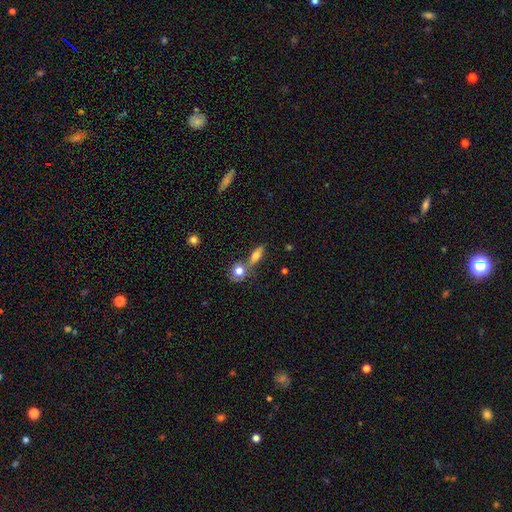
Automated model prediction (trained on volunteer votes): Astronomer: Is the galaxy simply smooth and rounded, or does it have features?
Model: smooth — 66%.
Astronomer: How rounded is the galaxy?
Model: in between — 52% (runner-up: cigar-shaped, 35%).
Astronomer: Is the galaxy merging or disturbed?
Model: none — 51% (runner-up: merger, 33%).